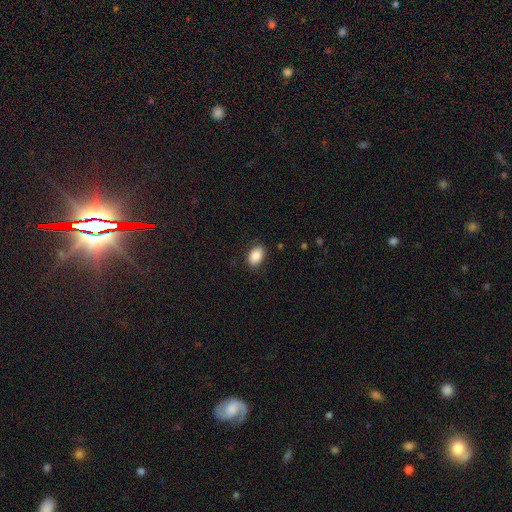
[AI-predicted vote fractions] smooth 88%, star or artifact 7%, featured or disk 5%. Down the decision tree: how rounded — in between (87%); merging — none (87%).